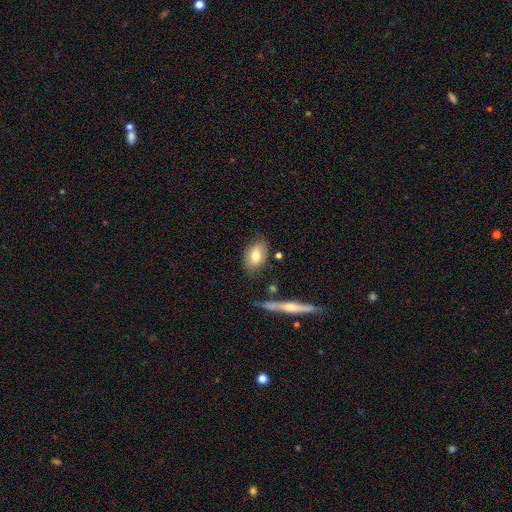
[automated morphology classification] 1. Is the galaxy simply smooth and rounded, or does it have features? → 71% smooth, 21% featured or disk, 7% star or artifact.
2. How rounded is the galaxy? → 84% in between, 13% round, 3% cigar-shaped.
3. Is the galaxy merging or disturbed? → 73% none, 18% minor disturbance, 4% merger, 4% major disturbance.